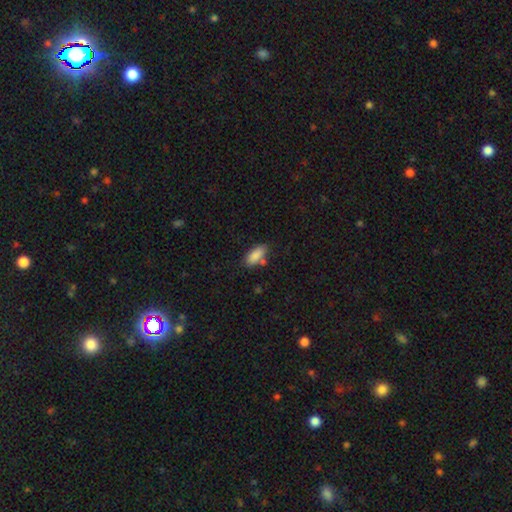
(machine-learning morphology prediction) The model was most divided on "merging": none: 70%, minor disturbance: 16%, merger: 9%, major disturbance: 4%. More confident: smooth or featured — smooth (87%); how rounded — in between (84%).